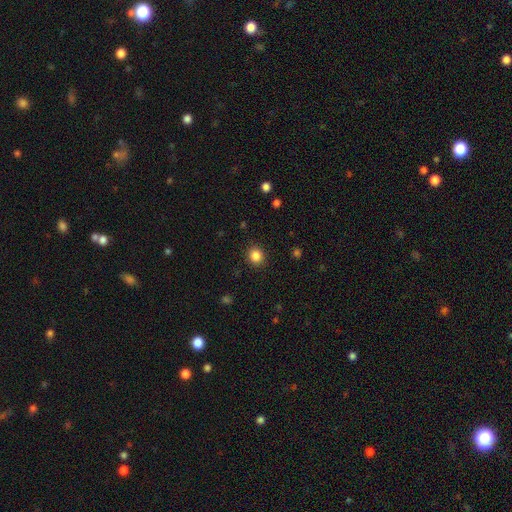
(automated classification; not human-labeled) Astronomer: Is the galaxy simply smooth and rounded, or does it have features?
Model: smooth — 85%.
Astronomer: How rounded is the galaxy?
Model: round — 83%.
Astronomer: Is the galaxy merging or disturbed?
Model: none — 90%.